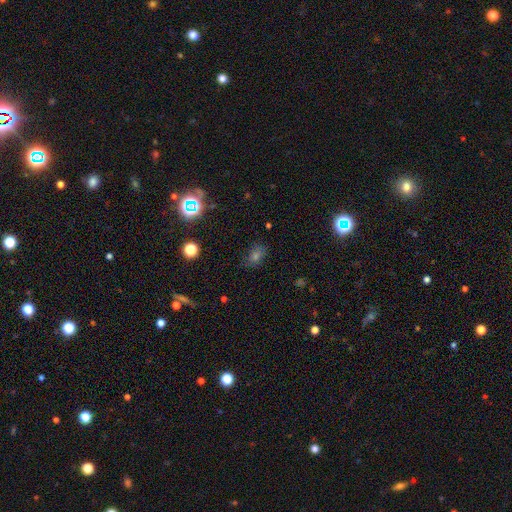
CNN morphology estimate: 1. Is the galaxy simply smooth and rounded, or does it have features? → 50% smooth, 37% star or artifact, 13% featured or disk.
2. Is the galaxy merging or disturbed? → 79% none, 14% minor disturbance, 5% major disturbance, 2% merger.